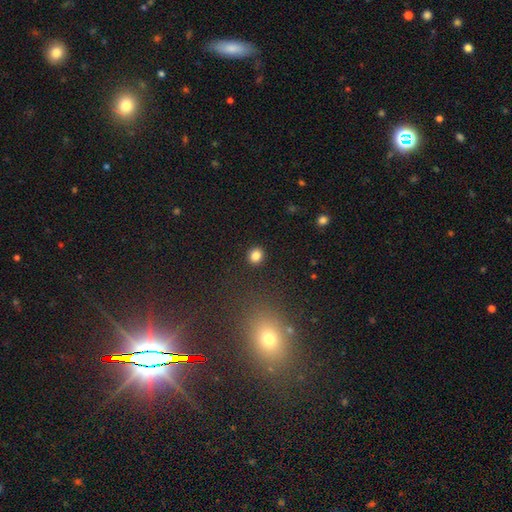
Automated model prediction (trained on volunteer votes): Morphology: type=smooth (83%); roundness=round (80%); merging=none (91%).